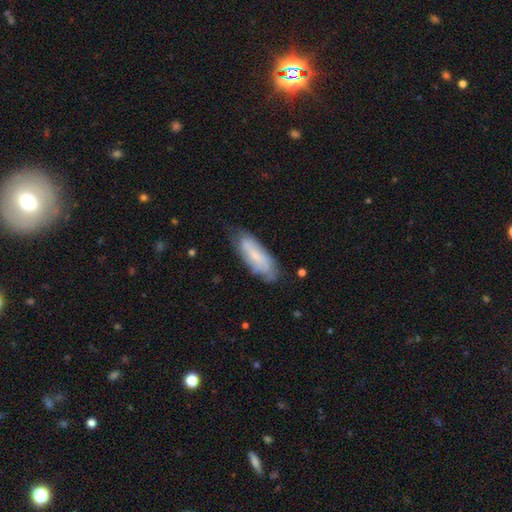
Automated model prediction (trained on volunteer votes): The model was most divided on "smooth or featured": smooth: 52%, featured or disk: 41%, star or artifact: 7%. More confident: merging — none (65%); how rounded — in between (60%).